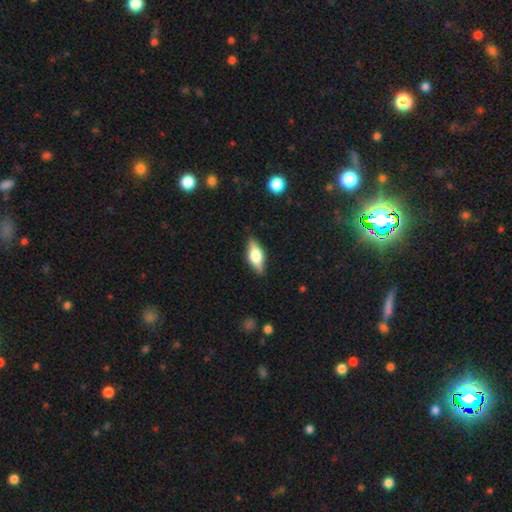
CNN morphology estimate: Smooth or featured? smooth (48%)
Merging? none (86%)